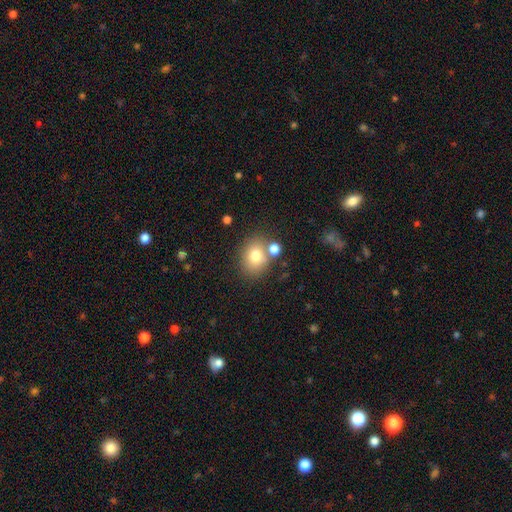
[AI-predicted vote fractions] smooth-or-featured: smooth: 76% | featured or disk: 13% | star or artifact: 11%
  how-rounded: round: 53% | in between: 46% | cigar-shaped: 1%
  merging: none: 66% | merger: 17% | minor disturbance: 13% | major disturbance: 4%